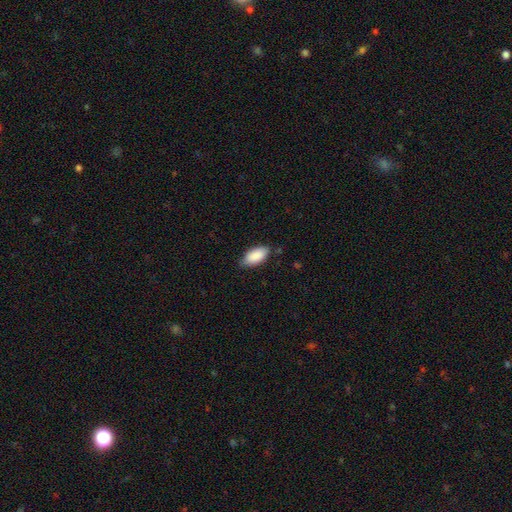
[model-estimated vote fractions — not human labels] A smooth galaxy with no disk features (89%) that is in between round and cigar-shaped (92%).

Vote fractions:
- Smooth or featured? smooth: 89% / star or artifact: 6% / featured or disk: 5%
- How rounded? in between: 92% / cigar-shaped: 6% / round: 2%
- Merging? none: 77% / minor disturbance: 19% / major disturbance: 3% / merger: 1%